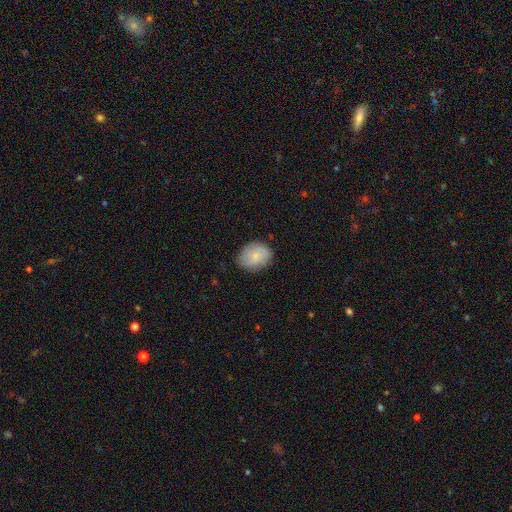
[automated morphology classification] Smooth or featured: smooth — 77% (featured or disk — 16%)
How rounded: in between — 53% (round — 46%)
Merging: none — 73% (minor disturbance — 22%)